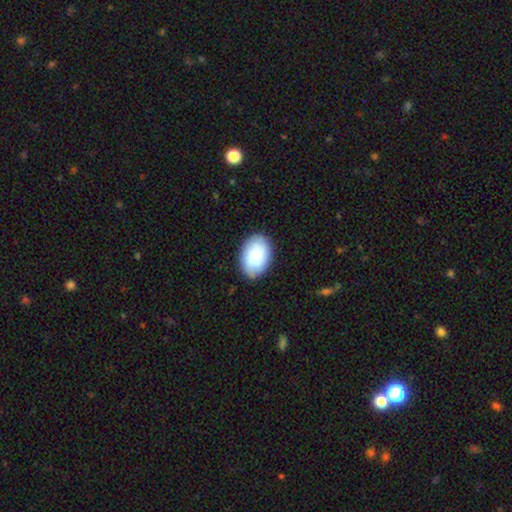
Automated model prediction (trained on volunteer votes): Morphology: type=smooth (81%); roundness=in between (85%); merging=none (84%).